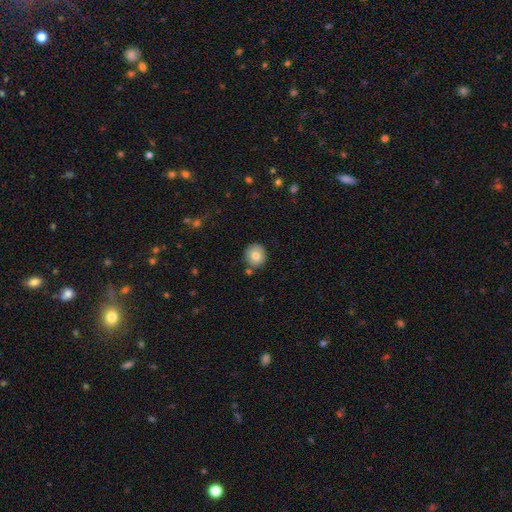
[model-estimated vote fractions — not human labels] Morphology: type=smooth (78%); roundness=round (88%); merging=none (82%).